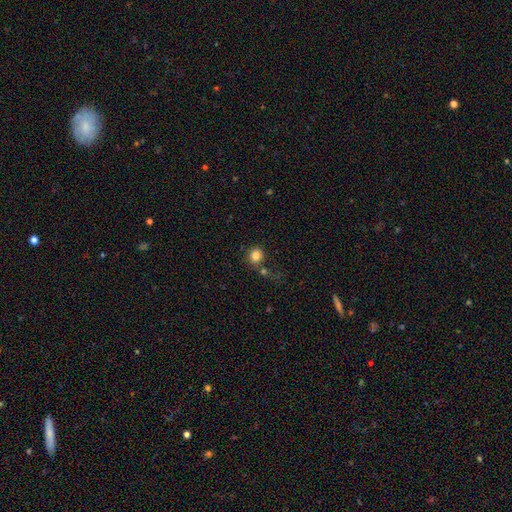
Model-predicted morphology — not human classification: A smooth galaxy with no disk features (83%) that is round (86%).

Vote fractions:
- Smooth or featured? smooth: 83% / star or artifact: 10% / featured or disk: 6%
- How rounded? round: 86% / in between: 13% / cigar-shaped: 1%
- Merging? none: 62% / merger: 19% / minor disturbance: 11% / major disturbance: 7%